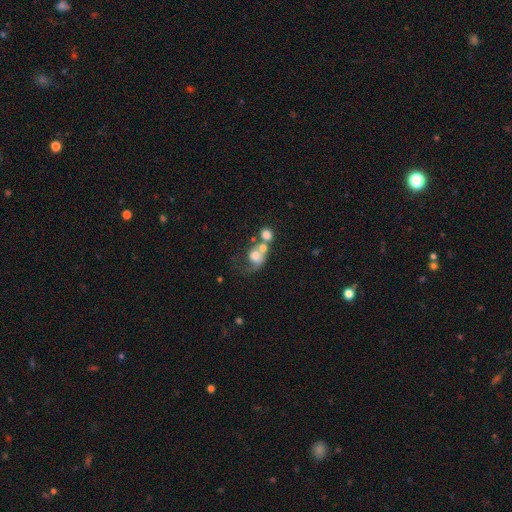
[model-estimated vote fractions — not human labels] This appears to be a smooth galaxy with no disk features (57%) that is round (62%). Merging: merger (53%).